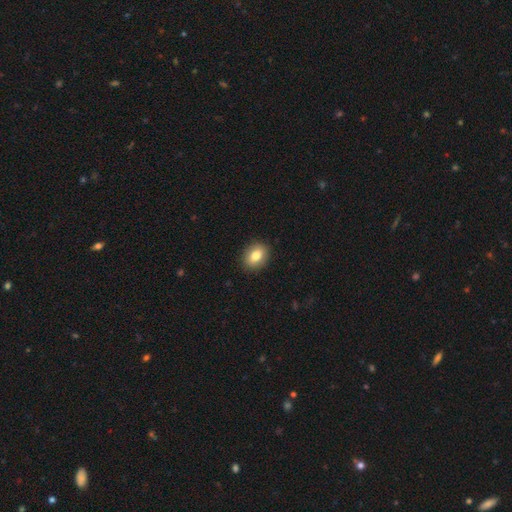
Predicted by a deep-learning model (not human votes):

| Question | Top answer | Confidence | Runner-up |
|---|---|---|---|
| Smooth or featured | smooth | 82% | featured or disk (10%) |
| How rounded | in between | 68% | round (31%) |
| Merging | none | 90% | minor disturbance (8%) |